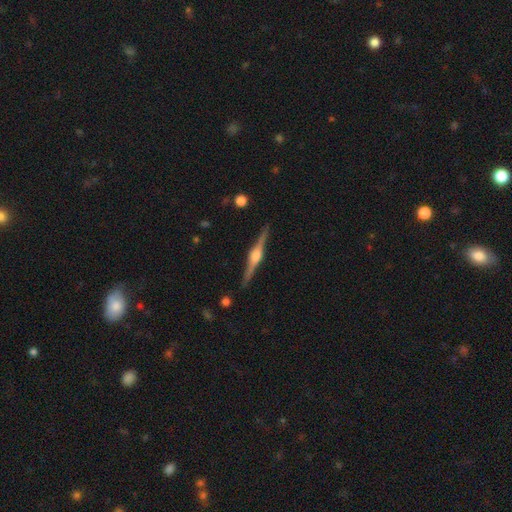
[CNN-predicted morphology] Smooth or featured?
  - featured or disk: 86% *
  - smooth: 8%
  - star or artifact: 5%
Edge-on disk?
  - yes: 98% *
  - no: 2%
Edge-on bulge?
  - rounded: 86% *
  - boxy: 12%
  - none: 2%
Merging?
  - none: 91% *
  - minor disturbance: 7%
  - major disturbance: 1%
  - merger: 1%